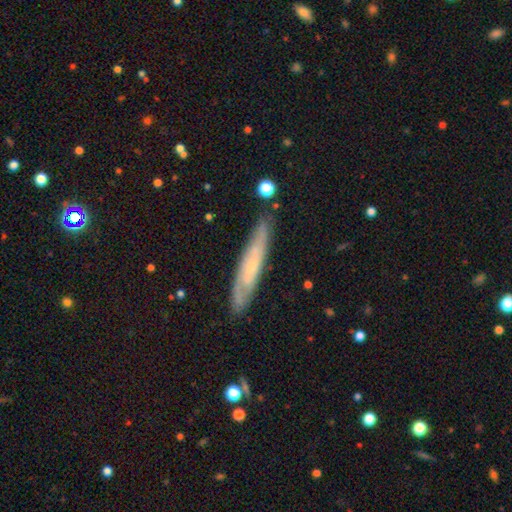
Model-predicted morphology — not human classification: Q: Smooth or featured?
A: featured or disk (61%); runner-up: smooth (33%)
Q: Edge-on disk?
A: yes (51%); runner-up: no (49%)
Q: Merging?
A: none (81%); runner-up: minor disturbance (14%)